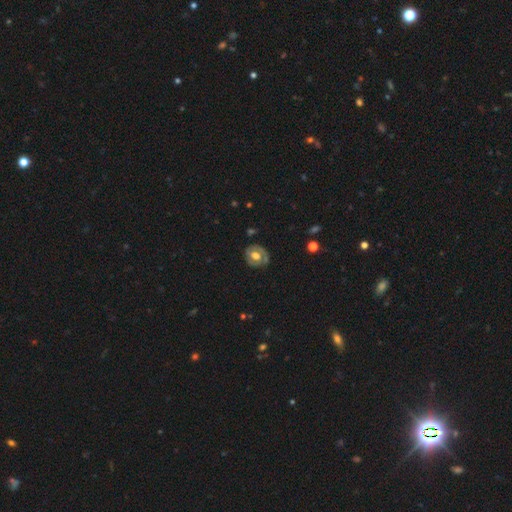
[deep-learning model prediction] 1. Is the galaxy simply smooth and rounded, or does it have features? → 57% featured or disk, 36% smooth, 6% star or artifact.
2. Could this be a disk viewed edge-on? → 96% no, 4% yes.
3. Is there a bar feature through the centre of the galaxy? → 62% no, 29% weak, 9% strong.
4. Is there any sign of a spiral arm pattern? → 52% no, 48% yes.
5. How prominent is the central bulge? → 55% moderate, 36% large, 5% small, 2% dominant, 2% none.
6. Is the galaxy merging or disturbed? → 75% none, 18% minor disturbance, 6% major disturbance, 2% merger.